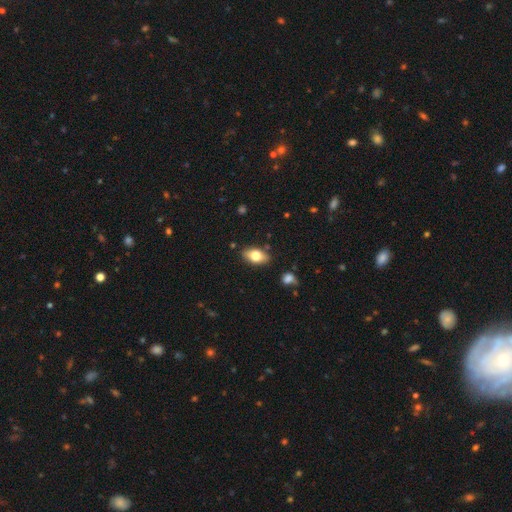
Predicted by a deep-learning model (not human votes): smooth 75%, featured or disk 18%, star or artifact 8%. Down the decision tree: how rounded — in between (88%); merging — none (83%).